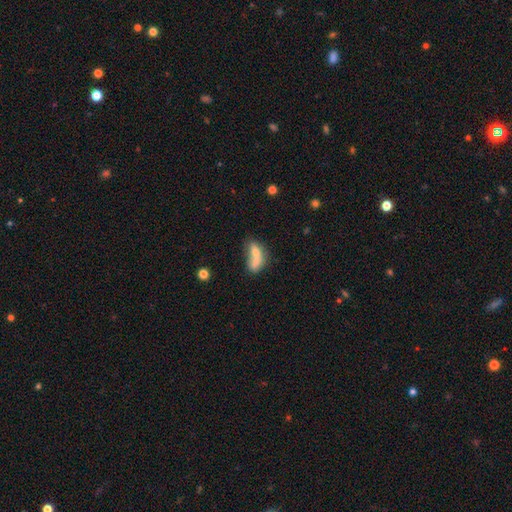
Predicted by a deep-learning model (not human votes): Smooth or featured? smooth (67%)
How rounded? in between (76%)
Merging? merger (65%)